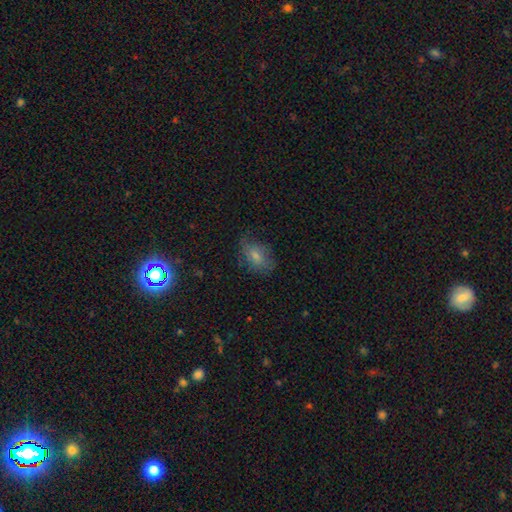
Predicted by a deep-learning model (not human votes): This appears to be a smooth galaxy with no disk features (48%). Merging: none (64%).